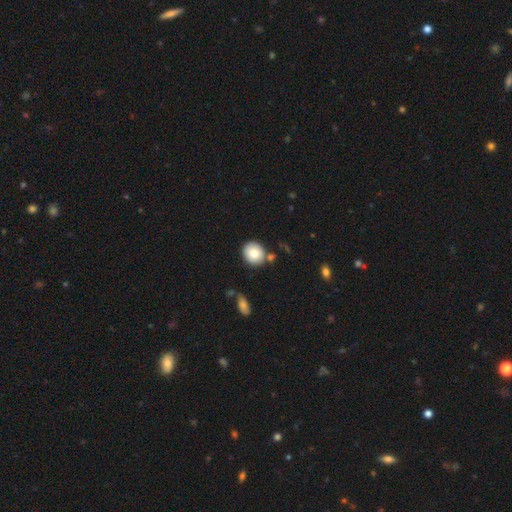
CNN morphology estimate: Smooth or featured?
  - smooth: 77% *
  - featured or disk: 14%
  - star or artifact: 8%
How rounded?
  - round: 86% *
  - in between: 13%
  - cigar-shaped: 1%
Merging?
  - none: 77% *
  - minor disturbance: 10%
  - merger: 9%
  - major disturbance: 3%